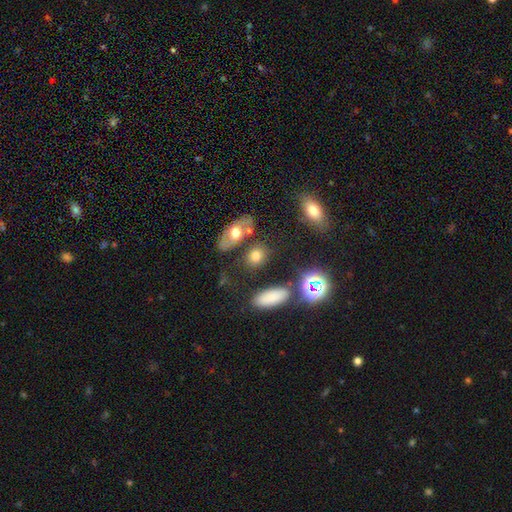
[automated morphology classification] Smooth or featured? smooth (72%)
How rounded? in between (56%)
Merging? none (73%)